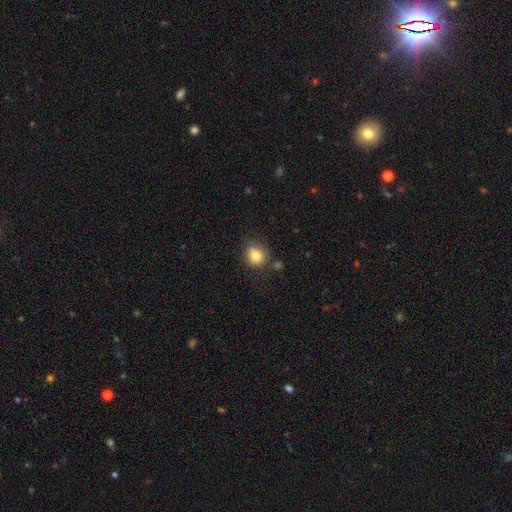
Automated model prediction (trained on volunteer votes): smooth-or-featured: smooth: 79% | star or artifact: 11% | featured or disk: 10%
  how-rounded: round: 85% | in between: 14% | cigar-shaped: 1%
  merging: none: 70% | minor disturbance: 15% | merger: 11% | major disturbance: 4%